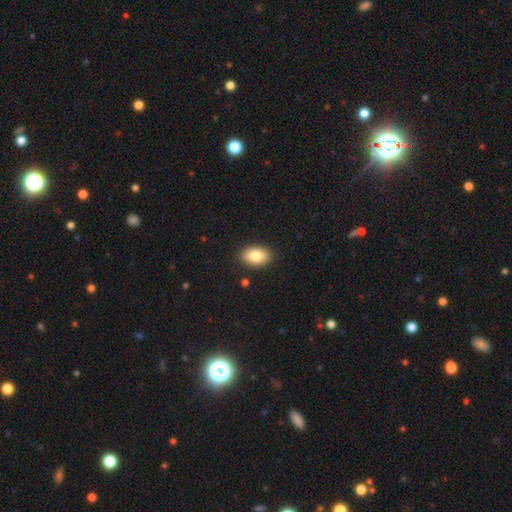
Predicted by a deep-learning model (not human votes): Morphology: type=smooth (86%); roundness=in between (92%); merging=none (89%).